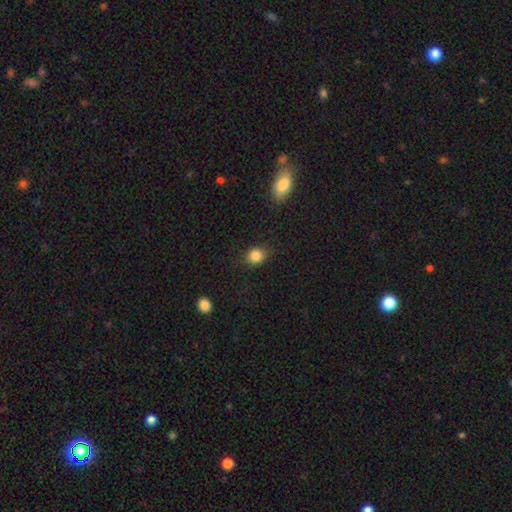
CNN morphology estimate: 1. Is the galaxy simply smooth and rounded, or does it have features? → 85% smooth, 10% star or artifact, 5% featured or disk.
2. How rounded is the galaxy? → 63% round, 36% in between, 1% cigar-shaped.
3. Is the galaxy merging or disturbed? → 83% none, 12% minor disturbance, 3% major disturbance, 1% merger.